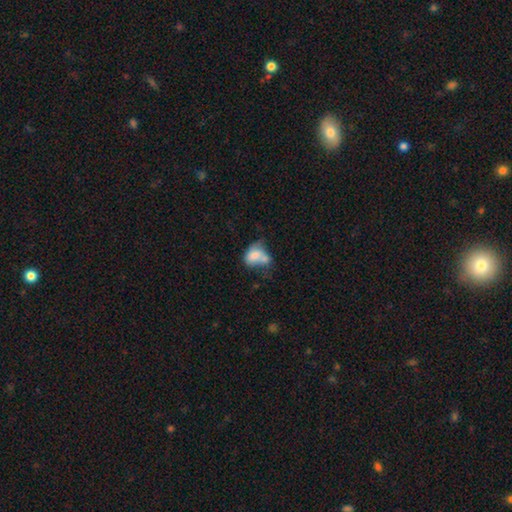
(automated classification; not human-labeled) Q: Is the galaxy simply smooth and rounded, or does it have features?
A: smooth — 69%.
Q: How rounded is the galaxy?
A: in between — 74%.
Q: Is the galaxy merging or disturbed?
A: merger — 46%.